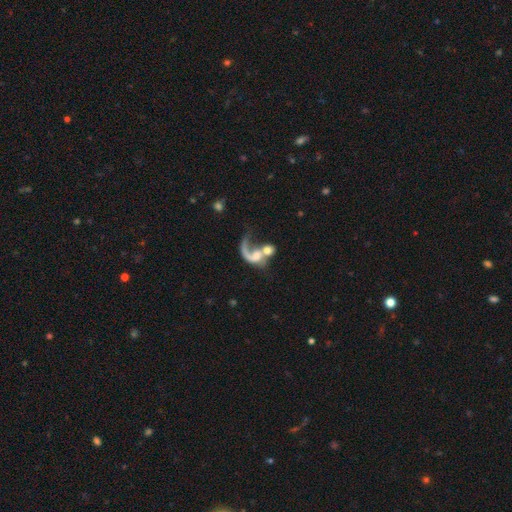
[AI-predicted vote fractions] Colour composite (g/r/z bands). It shows a featured or disk galaxy (66%) with no bar (67%), 1 (82%) loose (80%) spiral arms (80%) and a moderate central bulge (33%). Merging: merger (48%).